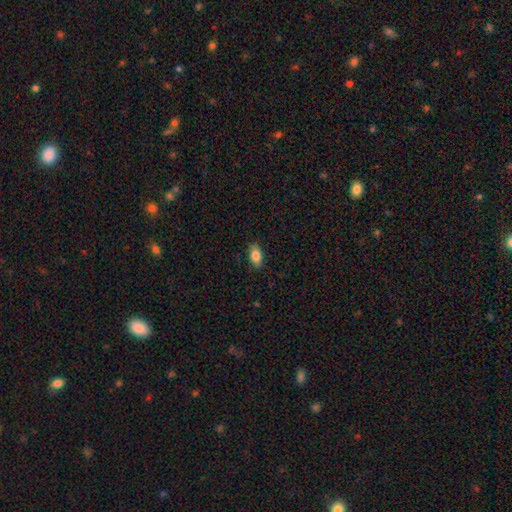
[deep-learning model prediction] A smooth galaxy with no disk features (82%) that is in between round and cigar-shaped (89%).

Vote fractions:
- Smooth or featured? smooth: 82% / featured or disk: 10% / star or artifact: 8%
- How rounded? in between: 89% / round: 6% / cigar-shaped: 5%
- Merging? none: 85% / minor disturbance: 12% / major disturbance: 2% / merger: 1%